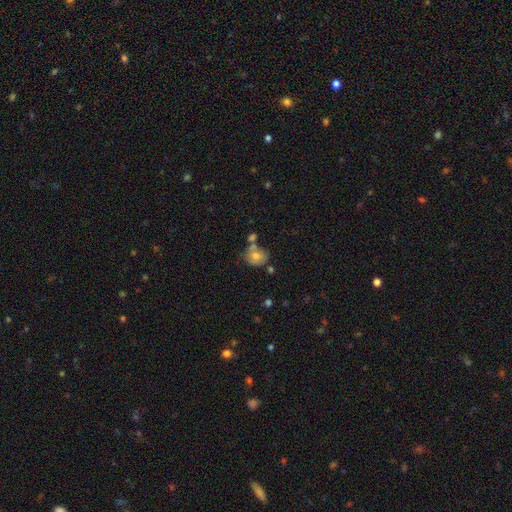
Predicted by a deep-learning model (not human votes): Smooth or featured? Predicted: smooth (p=0.68). How rounded? Predicted: round (p=0.63). Merging? Predicted: none (p=0.46).